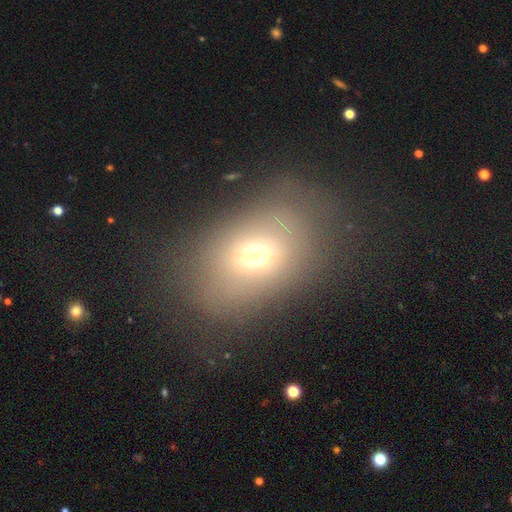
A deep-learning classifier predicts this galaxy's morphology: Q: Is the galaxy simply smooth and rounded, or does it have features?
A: smooth — 63%.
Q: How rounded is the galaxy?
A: in between — 73%.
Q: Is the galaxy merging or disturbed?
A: none — 71%.